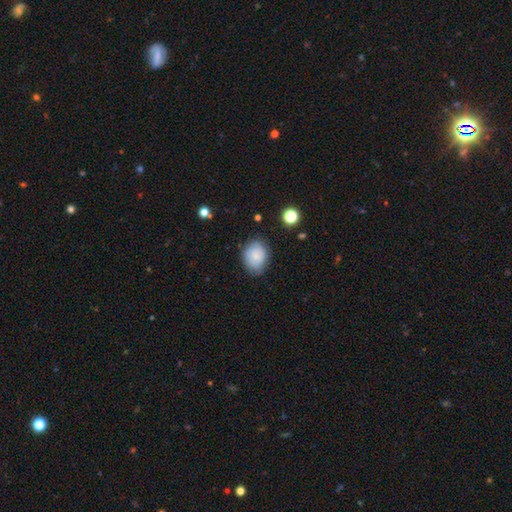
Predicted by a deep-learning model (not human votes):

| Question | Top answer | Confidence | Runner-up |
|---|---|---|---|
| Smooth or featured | smooth | 80% | featured or disk (11%) |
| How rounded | in between | 52% | round (47%) |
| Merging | none | 74% | minor disturbance (20%) |